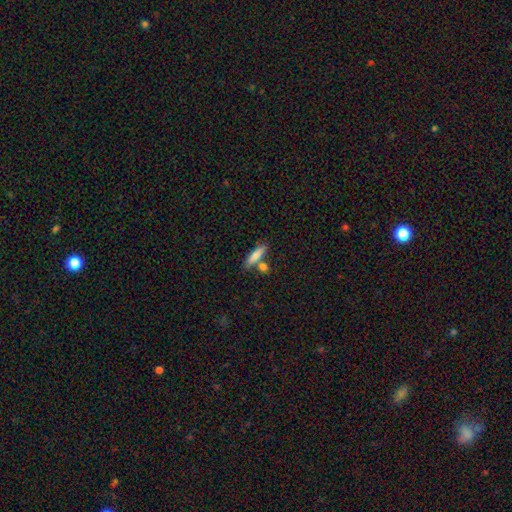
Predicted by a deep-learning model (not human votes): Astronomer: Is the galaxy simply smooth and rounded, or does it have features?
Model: smooth — 76%.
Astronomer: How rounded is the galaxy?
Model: cigar-shaped — 72%.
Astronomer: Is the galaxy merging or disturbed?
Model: none — 65%.